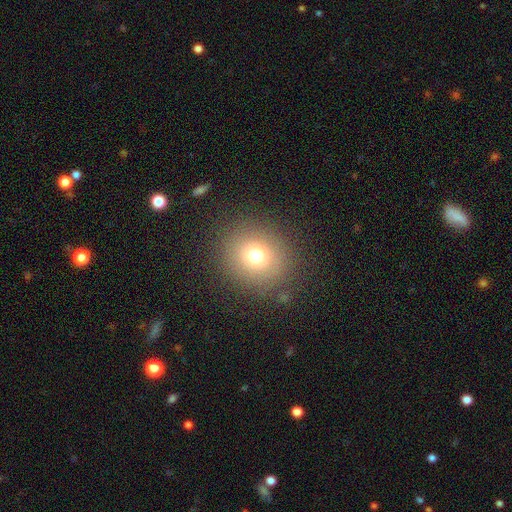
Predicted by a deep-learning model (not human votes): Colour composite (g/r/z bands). It shows a smooth galaxy with no disk features (71%) that is round (85%). Merging: none (85%).